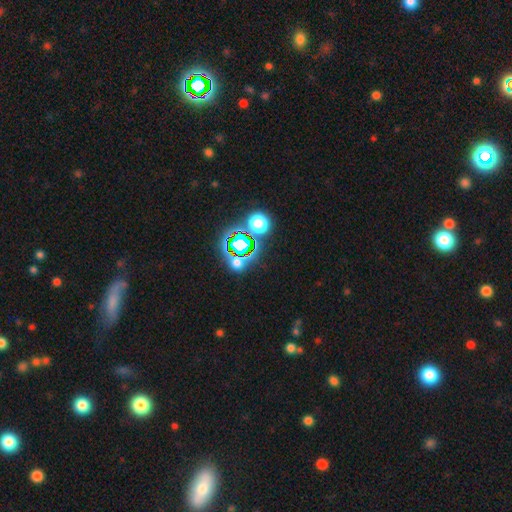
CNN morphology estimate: smooth_or_featured: star or artifact (p=0.71) [alt: smooth p=0.20]